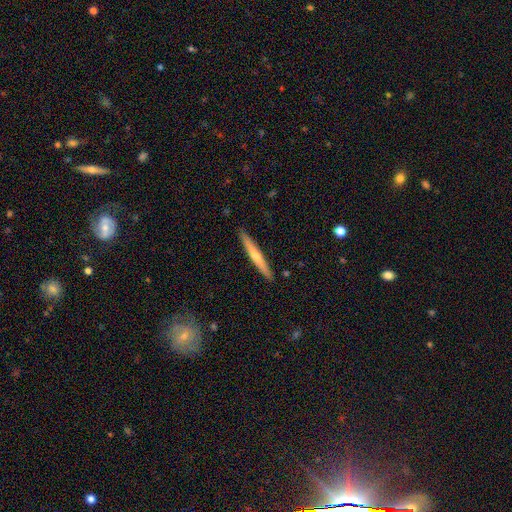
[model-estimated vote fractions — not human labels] This appears to be a featured or disk galaxy (54%) viewed edge-on (96%) with a rounded central bulge (69%). Merging: none (91%).